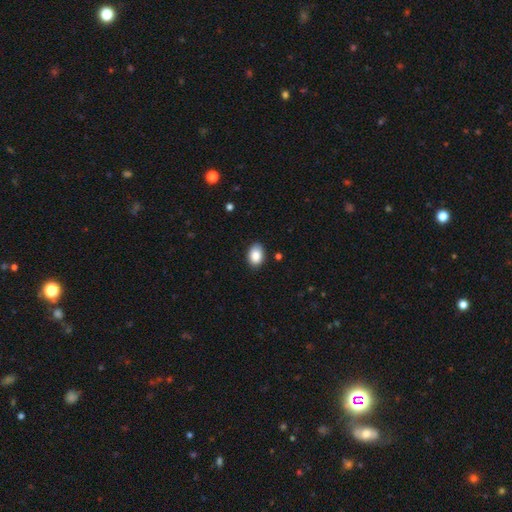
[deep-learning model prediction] This appears to be a smooth galaxy with no disk features (88%) that is in between round and cigar-shaped (84%). Merging: none (86%).